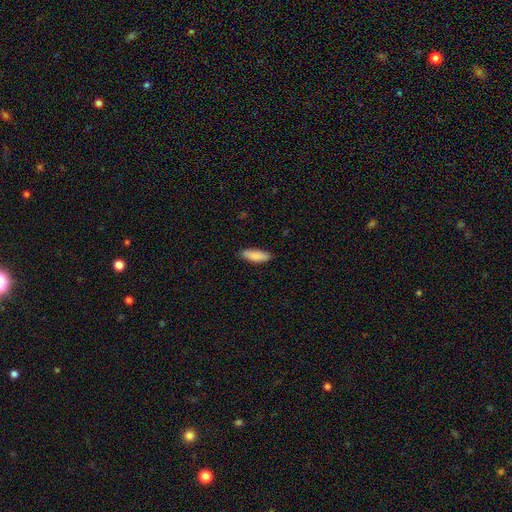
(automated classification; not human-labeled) Smooth or featured?
  - smooth: 86% *
  - featured or disk: 8%
  - star or artifact: 6%
How rounded?
  - in between: 56% *
  - cigar-shaped: 42%
  - round: 2%
Merging?
  - none: 88% *
  - minor disturbance: 9%
  - major disturbance: 2%
  - merger: 1%